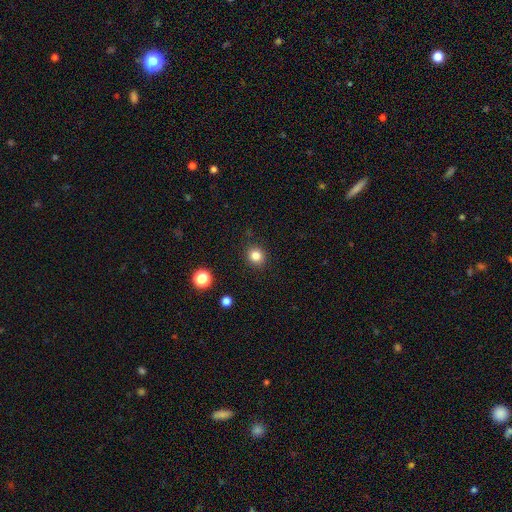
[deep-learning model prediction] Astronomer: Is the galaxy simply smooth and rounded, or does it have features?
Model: smooth — 82%.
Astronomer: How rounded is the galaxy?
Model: round — 83%.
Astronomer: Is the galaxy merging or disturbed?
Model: none — 90%.